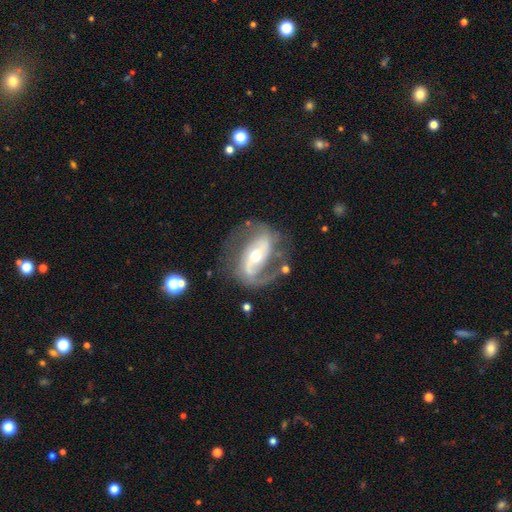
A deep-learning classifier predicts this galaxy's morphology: featured or disk 86%, smooth 8%, star or artifact 6%. Down the decision tree: edge-on disk — no (96%); bar — strong (42%); spiral arms — yes (93%); spiral arm count — 2 (80%); spiral winding — medium (49%); bulge size — moderate (57%); merging — none (64%).